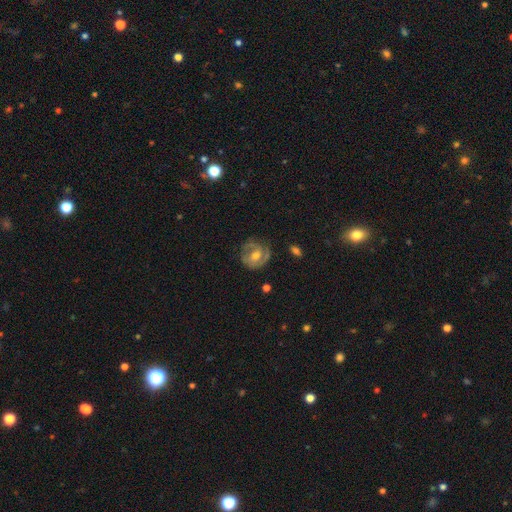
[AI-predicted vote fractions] Morphology: type=featured or disk (66%); edge-on=no (97%); bar=no (51%); spiral arms=yes (77%); bulge=moderate (67%); merging=none (68%).